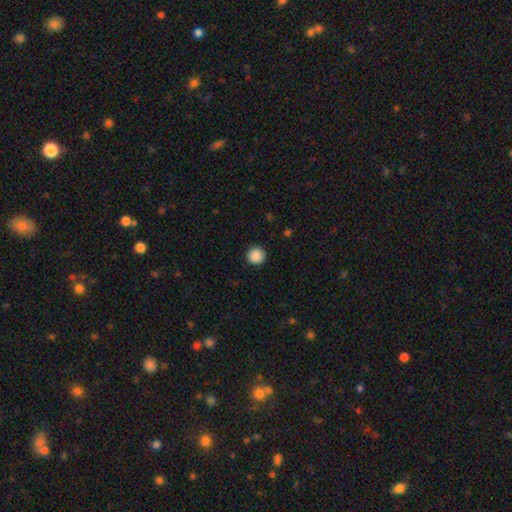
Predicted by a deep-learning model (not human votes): Smooth or featured? Predicted: smooth (p=0.89). How rounded? Predicted: round (p=0.95). Merging? Predicted: none (p=0.92).